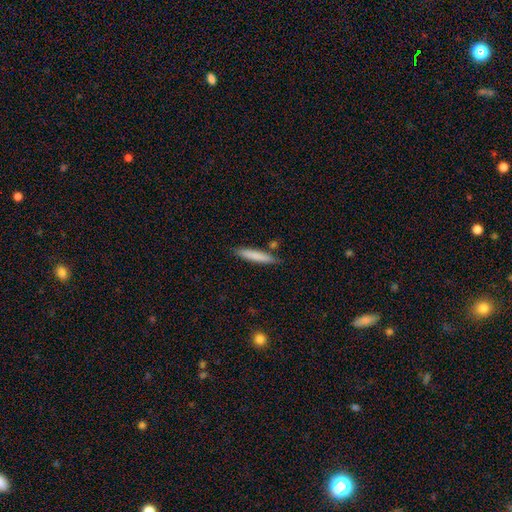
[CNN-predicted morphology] smooth_or_featured: smooth (p=0.80) [alt: featured or disk p=0.14]
how_rounded: cigar-shaped (p=0.91) [alt: in between p=0.08]
merging: none (p=0.83) [alt: minor disturbance p=0.11]